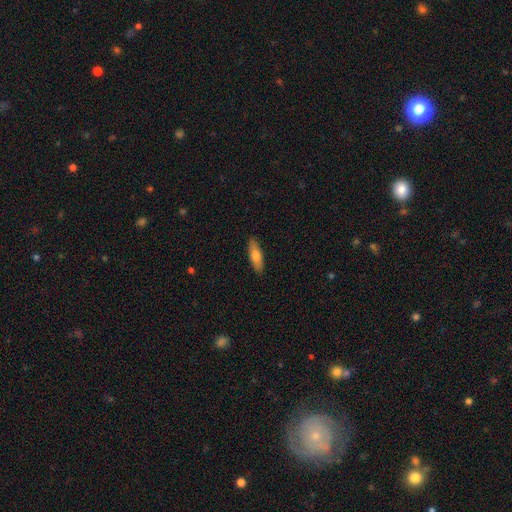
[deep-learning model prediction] Q: Smooth or featured?
A: smooth (71%); runner-up: featured or disk (23%)
Q: How rounded?
A: in between (49%); tied with: cigar-shaped (49%)
Q: Merging?
A: none (89%); runner-up: minor disturbance (8%)